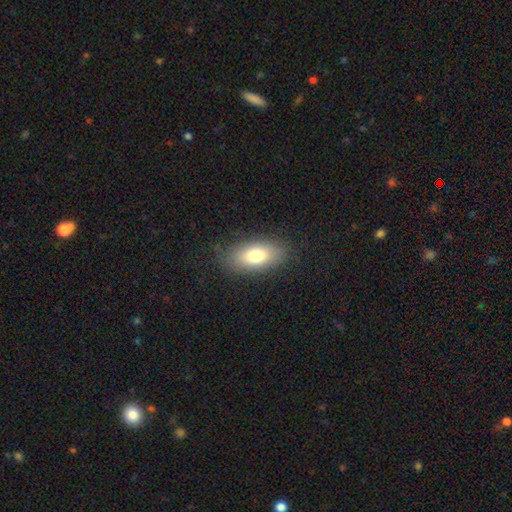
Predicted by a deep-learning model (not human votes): smooth 77%, featured or disk 15%, star or artifact 8%. Down the decision tree: how rounded — in between (87%); merging — none (82%).